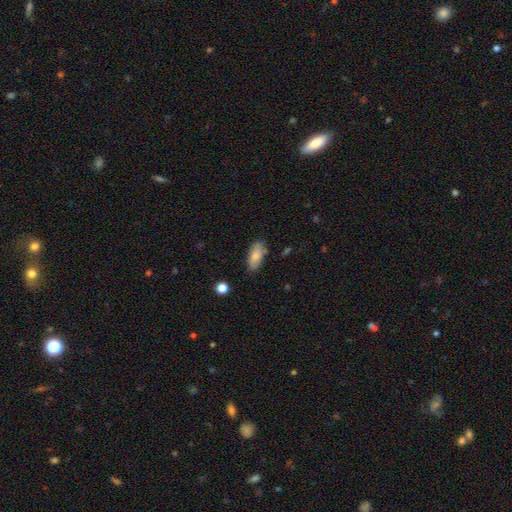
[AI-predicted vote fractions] The model was most divided on "merging": none: 74%, minor disturbance: 20%, major disturbance: 4%, merger: 3%. More confident: how rounded — in between (87%); smooth or featured — smooth (76%).